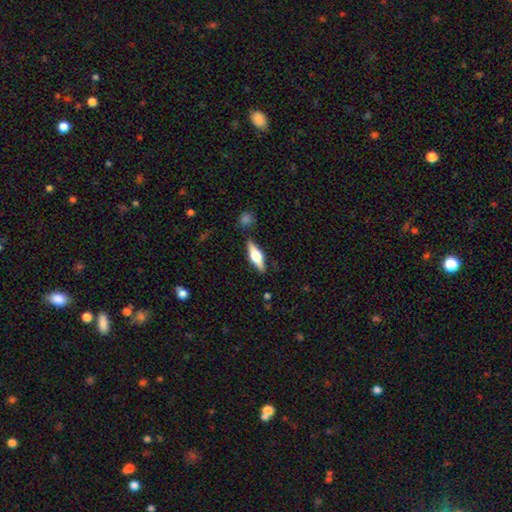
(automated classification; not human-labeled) Overall: featured or disk (59%; smooth 34%). Edge-on disk: yes (95%). Edge-on bulge: rounded (94%). Merging: none (85%).